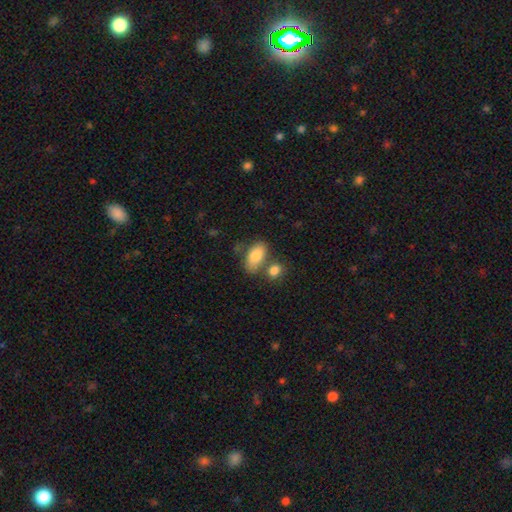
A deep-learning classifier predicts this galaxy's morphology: A smooth galaxy with no disk features (83%) that is in between round and cigar-shaped (91%).

Vote fractions:
- Smooth or featured? smooth: 83% / featured or disk: 11% / star or artifact: 7%
- How rounded? in between: 91% / round: 5% / cigar-shaped: 4%
- Merging? none: 54% / merger: 25% / minor disturbance: 15% / major disturbance: 5%